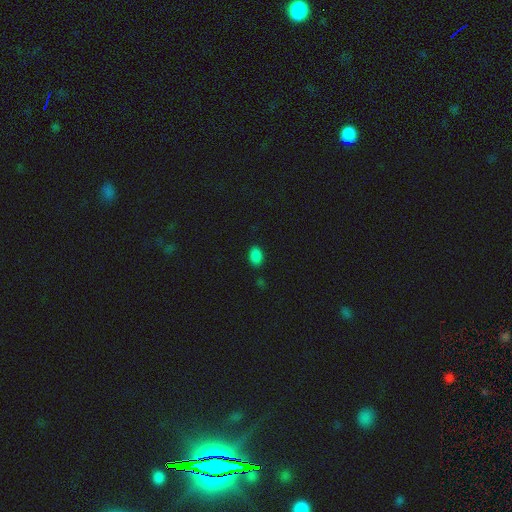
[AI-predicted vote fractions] This appears to be a smooth galaxy with no disk features (85%) that is in between round and cigar-shaped (89%). Merging: none (86%).